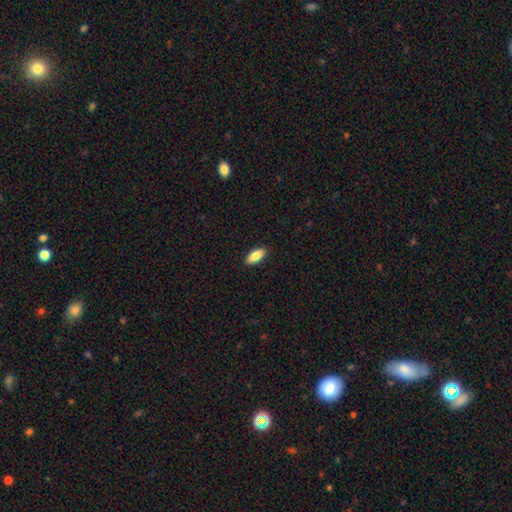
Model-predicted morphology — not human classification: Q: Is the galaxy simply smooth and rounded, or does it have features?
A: smooth — 84%.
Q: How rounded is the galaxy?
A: in between — 83%.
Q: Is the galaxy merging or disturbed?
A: none — 90%.